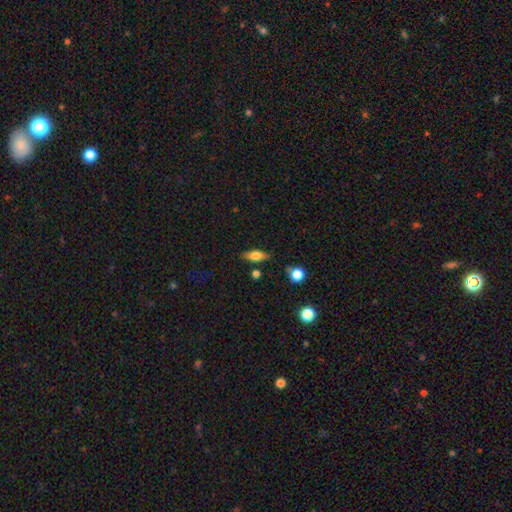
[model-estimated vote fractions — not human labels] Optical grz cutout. It shows a smooth galaxy with no disk features (66%) that is in between round and cigar-shaped (74%). Merging: none (79%).